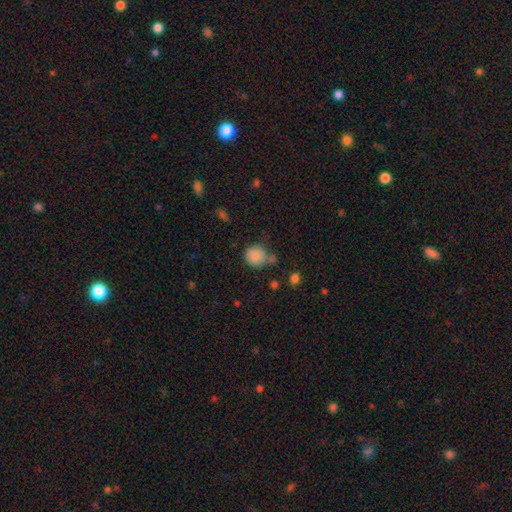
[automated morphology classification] Overall: smooth (84%). How rounded: round (84%). Merging: none (56%; minor disturbance 23%).